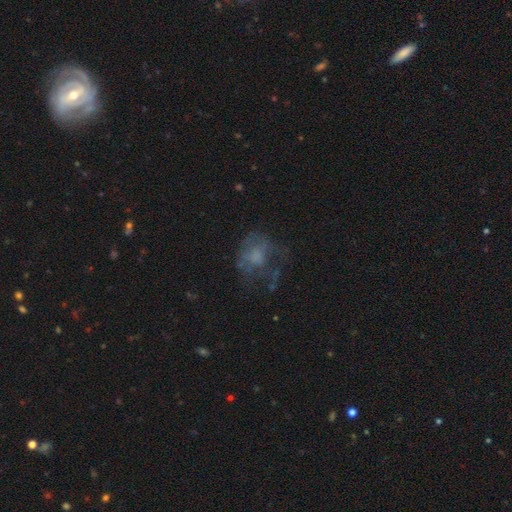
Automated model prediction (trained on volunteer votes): Overall: featured or disk (42%; smooth 41%). Merging: none (41%; major disturbance 36%).